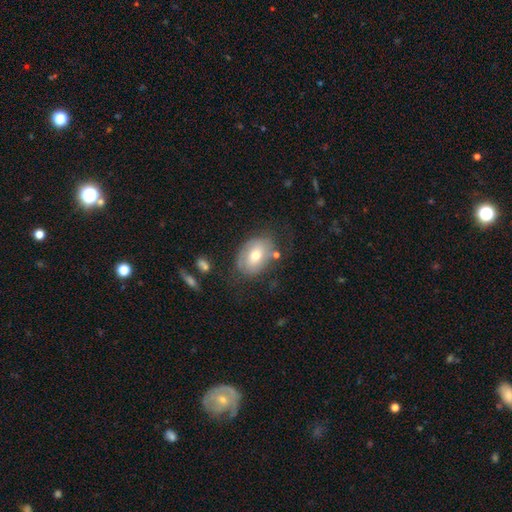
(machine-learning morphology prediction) A smooth galaxy with no disk features (56%) that is in between round and cigar-shaped (78%). Merging: none (63%).